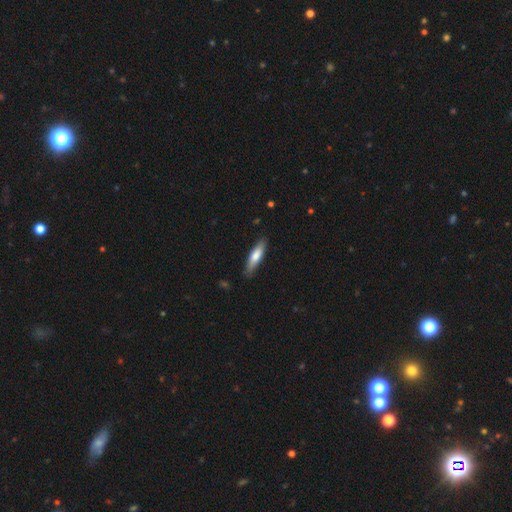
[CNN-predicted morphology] Smooth or featured? Predicted: smooth (p=0.67). How rounded? Predicted: cigar-shaped (p=0.70). Merging? Predicted: none (p=0.85).